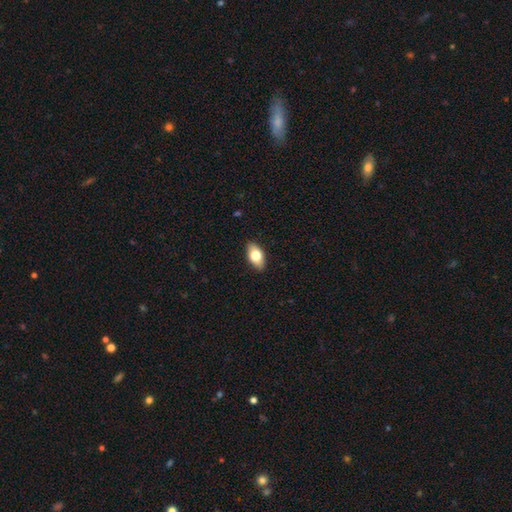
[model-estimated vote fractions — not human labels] The model was most divided on "smooth or featured": smooth: 74%, featured or disk: 19%, star or artifact: 7%. More confident: how rounded — in between (91%); merging — none (88%).